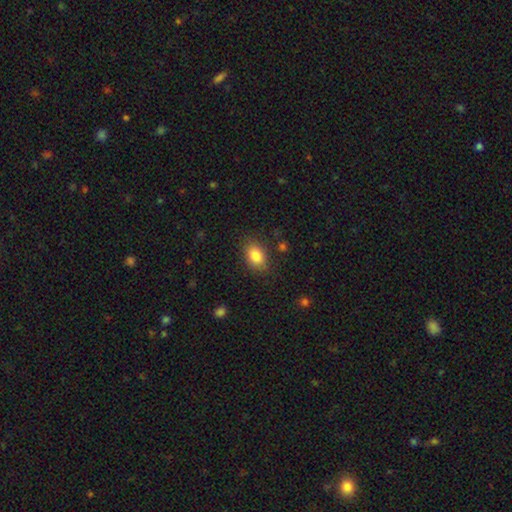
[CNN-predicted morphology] Smooth or featured? smooth (84%)
How rounded? in between (80%)
Merging? none (83%)